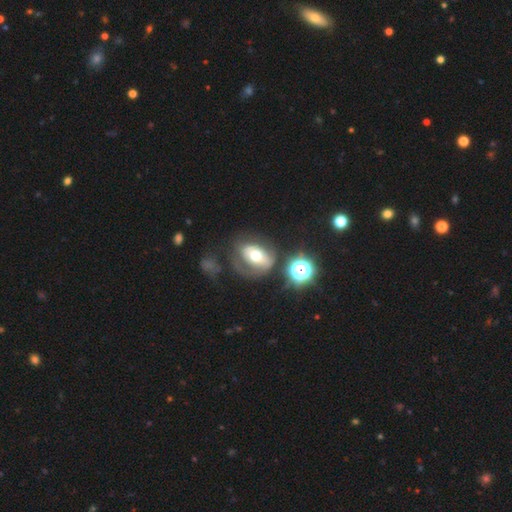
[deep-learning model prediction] Overall: featured or disk (46%; smooth 41%). Merging: none (44%; major disturbance 26%).